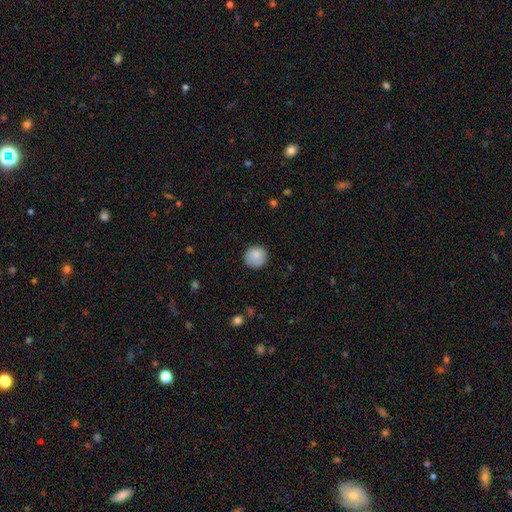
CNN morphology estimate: This is clearly a smooth galaxy (85%). How rounded: clearly round (91%). Merging: clearly none (82%).